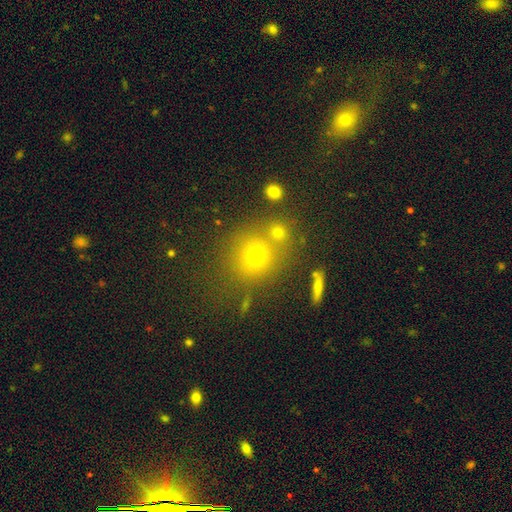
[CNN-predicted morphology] Smooth or featured: smooth — 68% (star or artifact — 21%)
How rounded: round — 84% (in between — 14%)
Merging: none — 68% (merger — 17%)